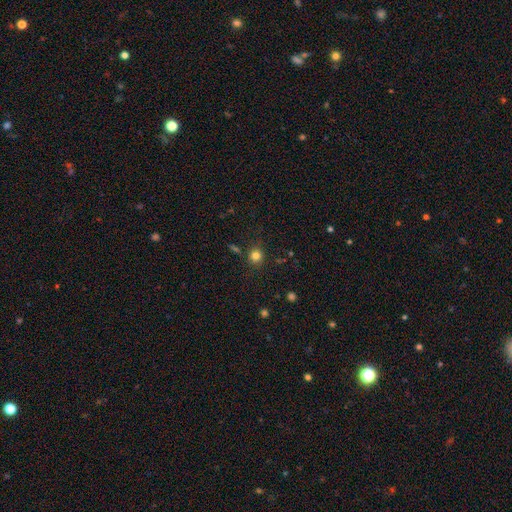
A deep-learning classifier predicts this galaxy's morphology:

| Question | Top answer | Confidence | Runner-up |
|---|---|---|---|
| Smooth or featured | smooth | 81% | star or artifact (14%) |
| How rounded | round | 87% | in between (12%) |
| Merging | none | 83% | minor disturbance (10%) |